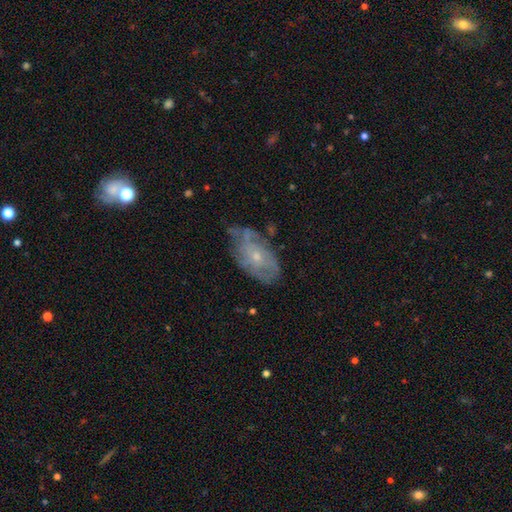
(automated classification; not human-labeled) smooth-or-featured: featured or disk: 66% | smooth: 27% | star or artifact: 8%
  disk-edge-on: no: 93% | yes: 7%
    bar: no: 80% | weak: 17% | strong: 3%
    has-spiral-arms: yes: 65% | no: 35%
    bulge-size: small: 68% | moderate: 27% | none: 2% | large: 1% | dominant: 1%
  merging: none: 54% | minor disturbance: 31% | major disturbance: 13% | merger: 3%